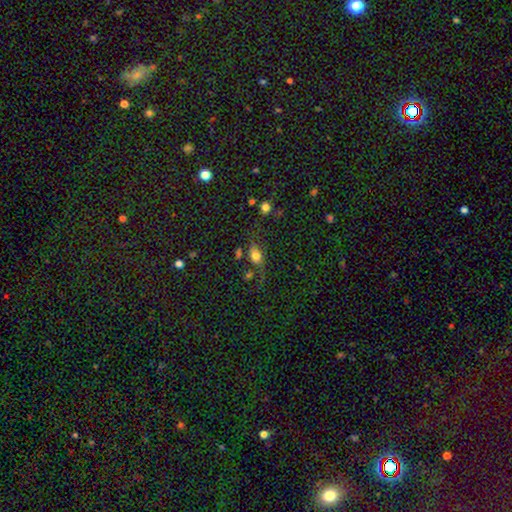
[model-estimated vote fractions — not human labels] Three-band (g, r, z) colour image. It shows a smooth galaxy with no disk features (70%) that is in between round and cigar-shaped (75%). Merging: none (55%).